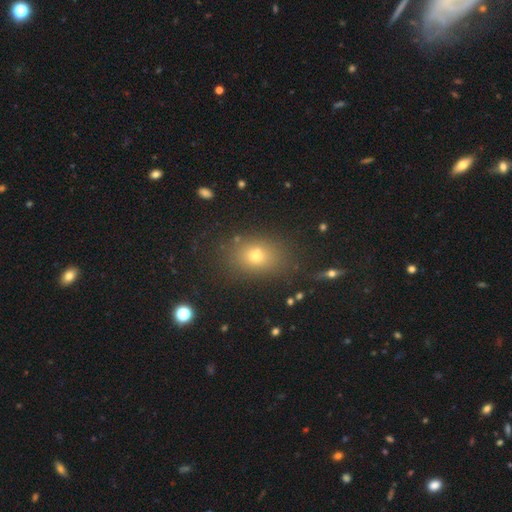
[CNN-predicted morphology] type=smooth (72%); roundness=in between (67%); merging=none (80%).